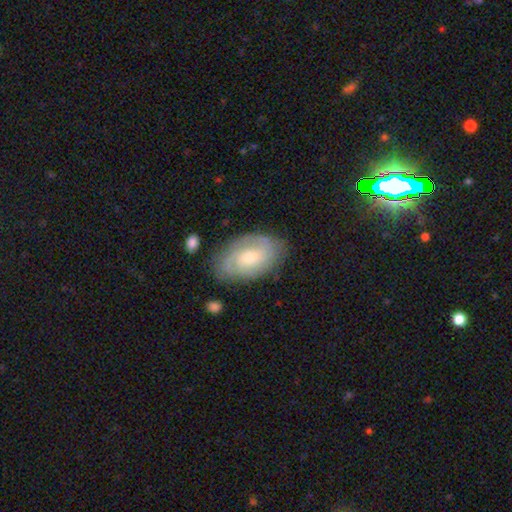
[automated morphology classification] A featured or disk galaxy (61%) with no bar (64%), spiral arms (80%) and a small central bulge (49%). Merging: none (73%).